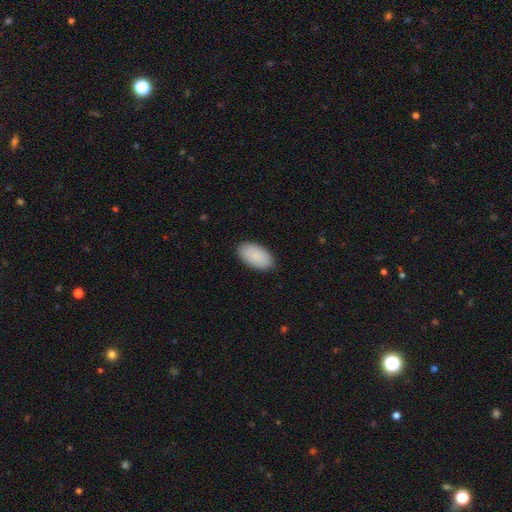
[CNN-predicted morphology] smooth 89%, star or artifact 6%, featured or disk 5%. Down the decision tree: how rounded — in between (96%); merging — none (87%).